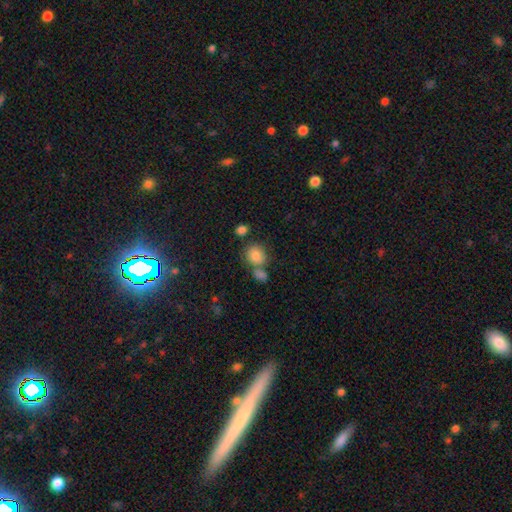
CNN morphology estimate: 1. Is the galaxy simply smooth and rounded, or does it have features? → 83% smooth, 9% star or artifact, 8% featured or disk.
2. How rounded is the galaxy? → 74% round, 25% in between, 1% cigar-shaped.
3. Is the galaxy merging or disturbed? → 55% none, 29% merger, 12% minor disturbance, 4% major disturbance.